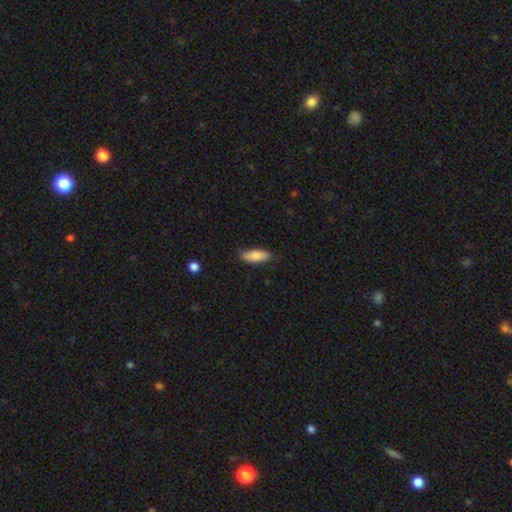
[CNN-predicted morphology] A smooth galaxy with no disk features (82%) that is in between round and cigar-shaped (71%). Merging: none (84%).